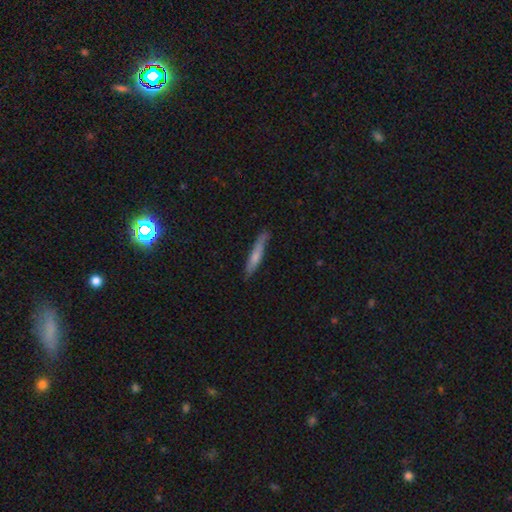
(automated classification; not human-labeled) Smooth or featured: smooth — 63% (featured or disk — 31%)
How rounded: cigar-shaped — 92% (in between — 7%)
Merging: none — 74% (minor disturbance — 20%)